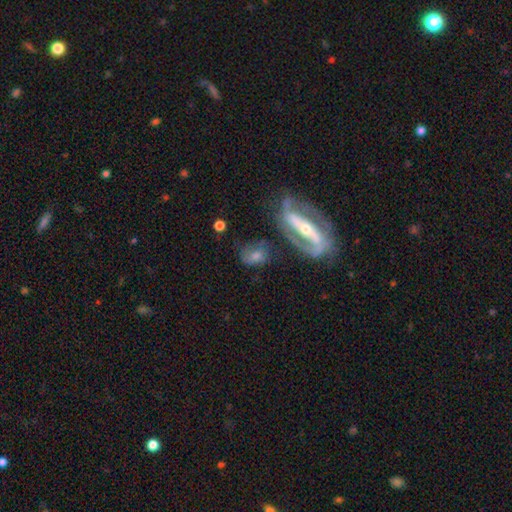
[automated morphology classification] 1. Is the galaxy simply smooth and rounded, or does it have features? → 47% featured or disk, 43% smooth, 10% star or artifact.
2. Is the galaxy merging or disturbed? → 54% none, 21% minor disturbance, 15% major disturbance, 10% merger.